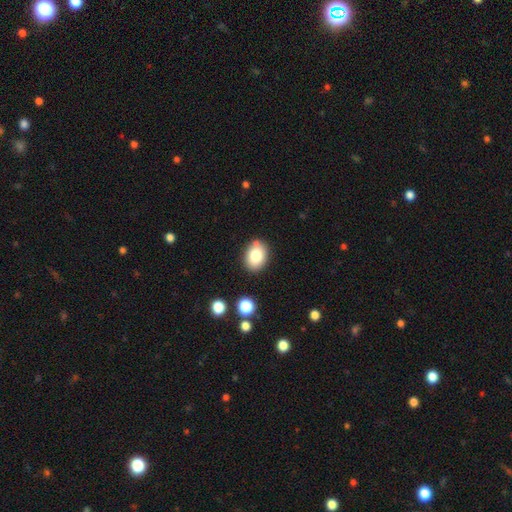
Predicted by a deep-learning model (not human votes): Morphology: type=smooth (80%); roundness=in between (67%); merging=none (81%).